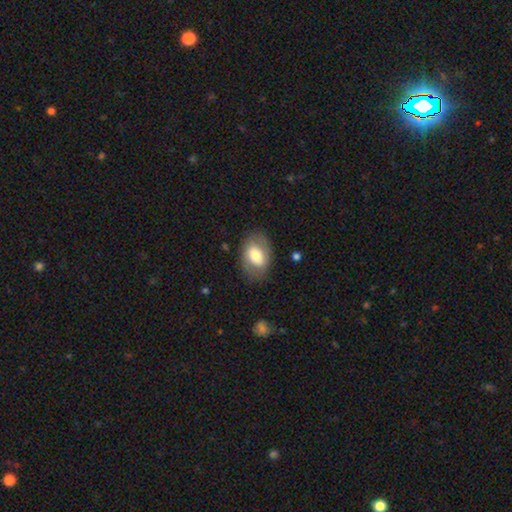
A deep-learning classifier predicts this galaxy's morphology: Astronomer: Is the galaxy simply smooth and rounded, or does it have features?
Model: smooth — 65%.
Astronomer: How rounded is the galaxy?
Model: in between — 85%.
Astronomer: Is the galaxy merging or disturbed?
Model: none — 77%.